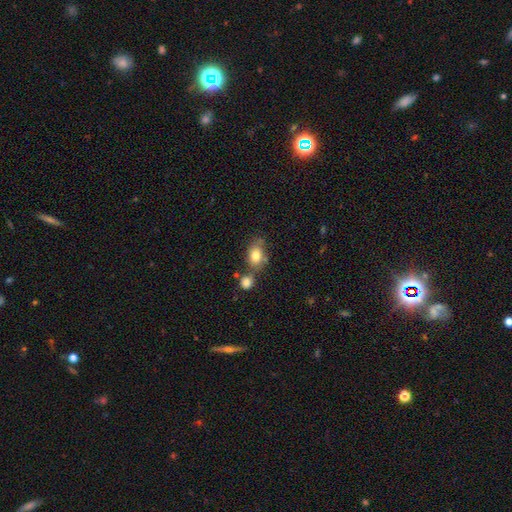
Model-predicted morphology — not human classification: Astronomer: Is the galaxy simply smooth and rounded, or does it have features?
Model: smooth — 81%.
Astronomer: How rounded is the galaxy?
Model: in between — 74%.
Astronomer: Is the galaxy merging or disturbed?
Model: none — 55%.